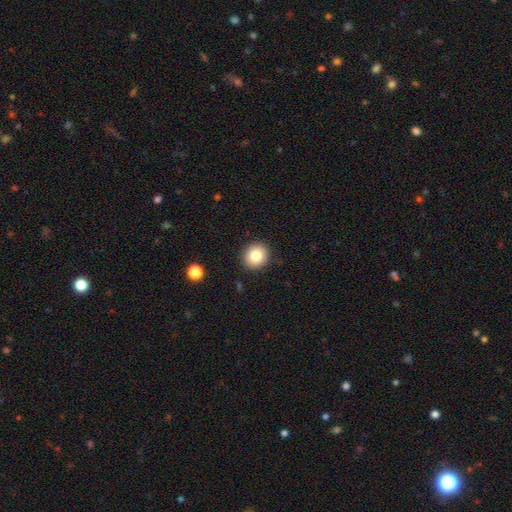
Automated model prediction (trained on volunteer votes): Smooth or featured? smooth (80%)
How rounded? round (88%)
Merging? none (91%)